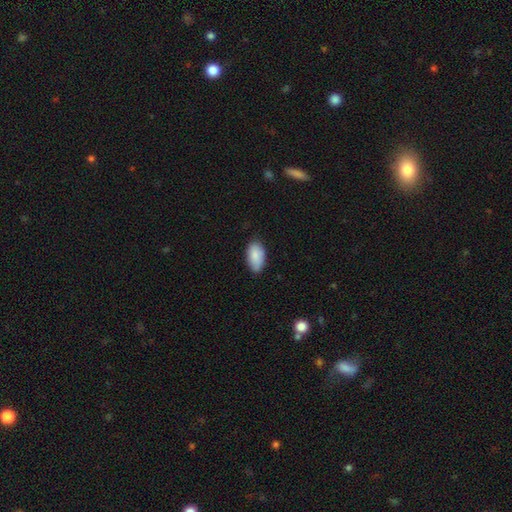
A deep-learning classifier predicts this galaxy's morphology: Smooth or featured: smooth — 87% (featured or disk — 7%)
How rounded: in between — 95% (round — 3%)
Merging: none — 75% (minor disturbance — 21%)